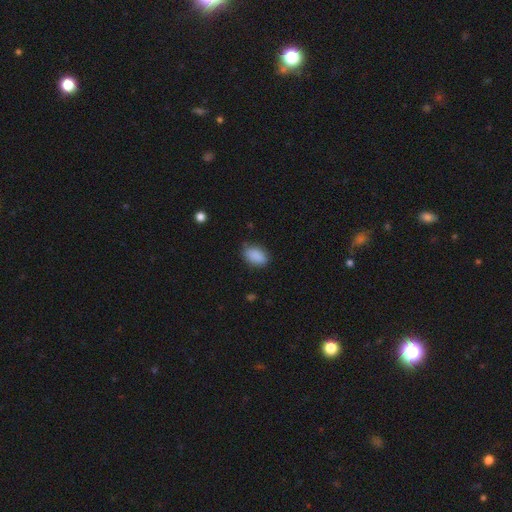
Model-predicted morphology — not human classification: Smooth or featured: smooth — 89% (star or artifact — 8%)
How rounded: in between — 89% (round — 9%)
Merging: none — 81% (minor disturbance — 15%)